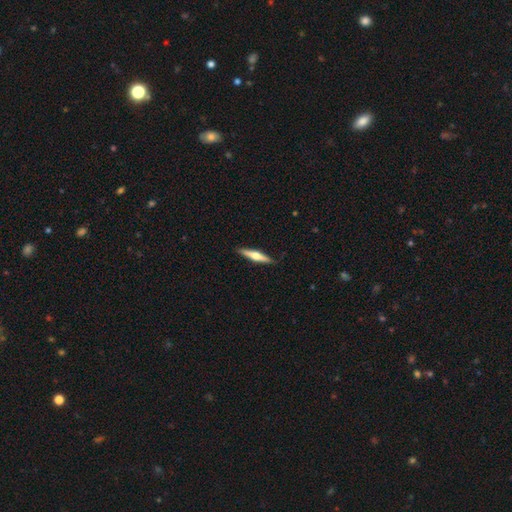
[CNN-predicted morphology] smooth-or-featured: featured or disk: 58% | smooth: 37% | star or artifact: 5%
  disk-edge-on: yes: 97% | no: 3%
    edge-on-bulge: rounded: 91% | boxy: 5% | none: 4%
  merging: none: 90% | minor disturbance: 8% | major disturbance: 1% | merger: 1%